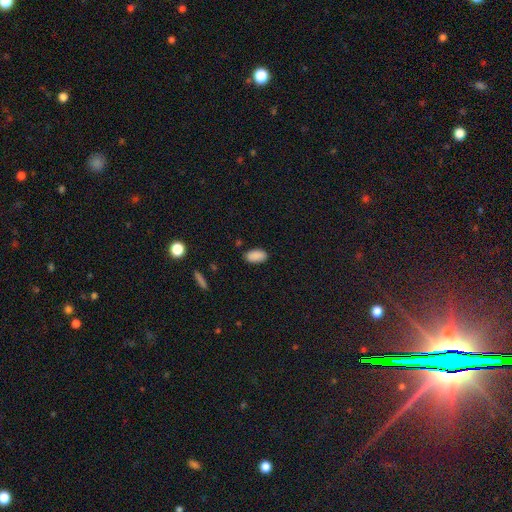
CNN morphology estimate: This is clearly a smooth galaxy (89%). How rounded: clearly in between (94%). Merging: clearly none (86%).